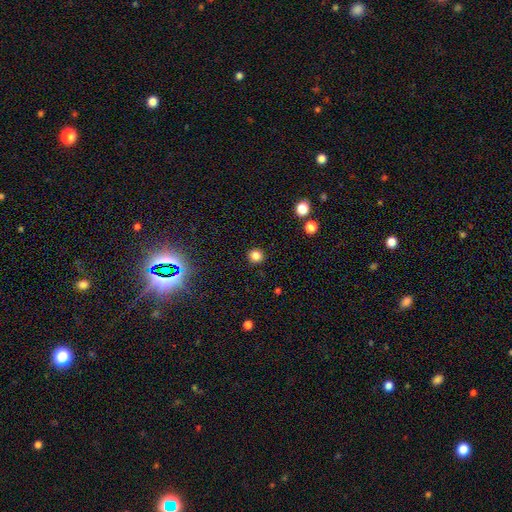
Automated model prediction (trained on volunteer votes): A smooth galaxy with no disk features (83%) that is round (91%). Merging: none (91%).